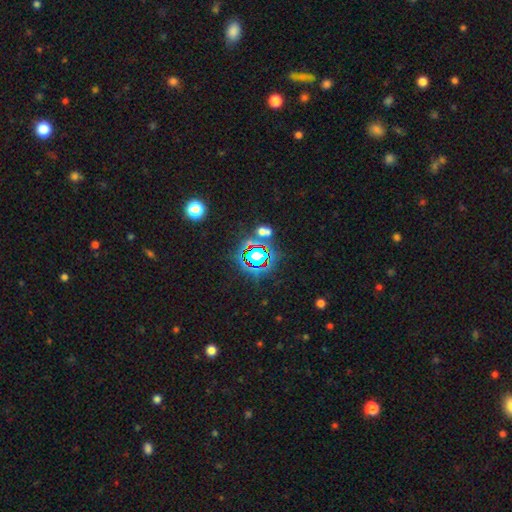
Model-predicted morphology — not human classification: A star or artifact, not a galaxy (67%).